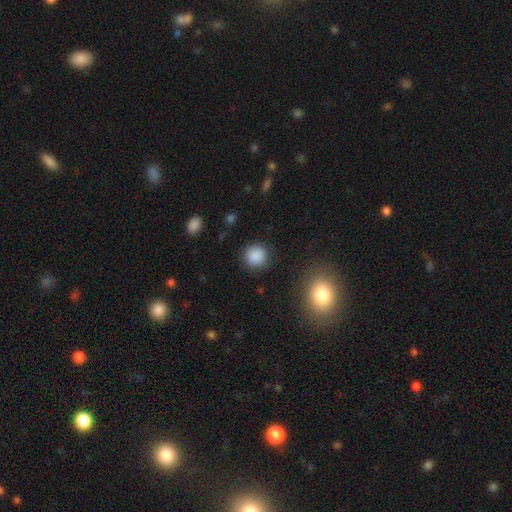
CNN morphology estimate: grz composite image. It shows a smooth galaxy with no disk features (87%) that is round (93%). Merging: none (89%).